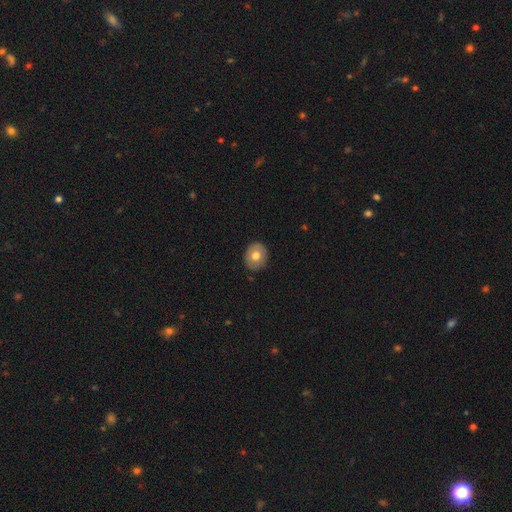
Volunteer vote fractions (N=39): Smooth or featured? 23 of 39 (59%) said smooth. How rounded? 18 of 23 (78%) said round. Merging? 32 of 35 (91%) said none.